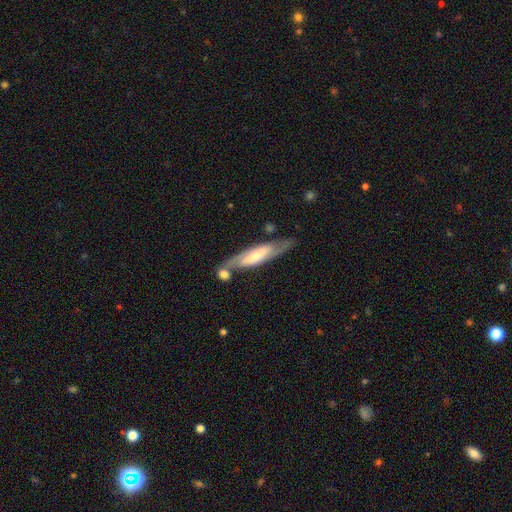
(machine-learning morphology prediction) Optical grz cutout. It shows a featured or disk galaxy (65%). Merging: none (60%).